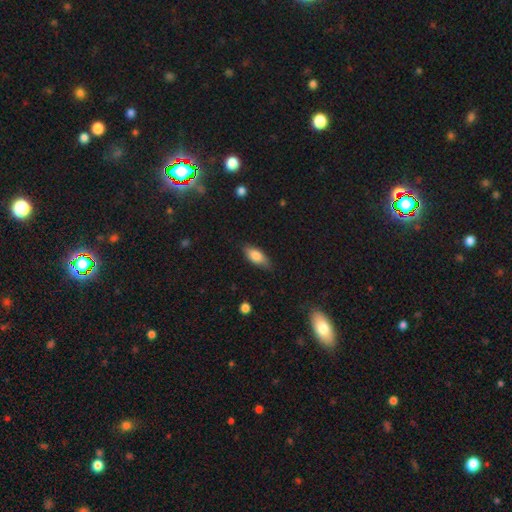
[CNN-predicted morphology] This is clearly a smooth galaxy (80%). How rounded: clearly in between (82%). Merging: likely none (77%).